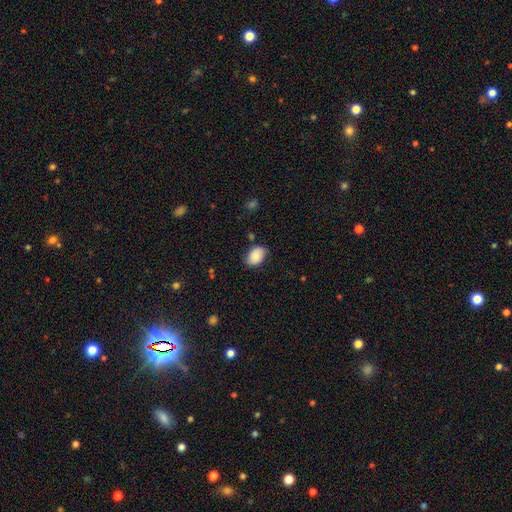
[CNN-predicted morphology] Smooth or featured?
  - smooth: 84% *
  - featured or disk: 9%
  - star or artifact: 7%
How rounded?
  - in between: 83% *
  - round: 16%
  - cigar-shaped: 1%
Merging?
  - none: 76% *
  - minor disturbance: 18%
  - major disturbance: 4%
  - merger: 2%